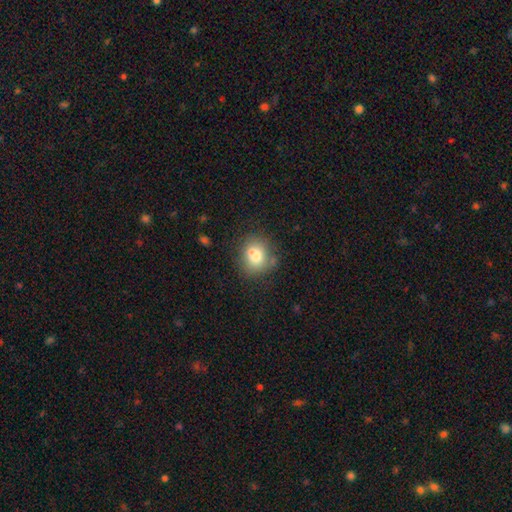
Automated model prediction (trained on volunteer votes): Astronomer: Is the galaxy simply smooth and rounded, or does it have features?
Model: smooth — 76%.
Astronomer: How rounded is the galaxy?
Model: round — 64%.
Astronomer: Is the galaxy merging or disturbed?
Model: none — 59%.